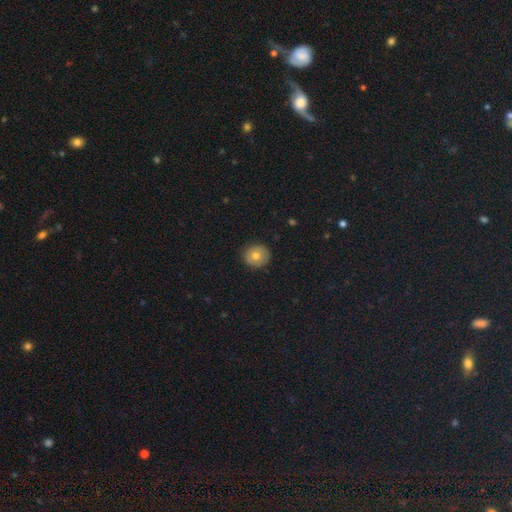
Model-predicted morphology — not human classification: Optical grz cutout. It shows a smooth galaxy with no disk features (72%) that is round (88%). Merging: none (89%).